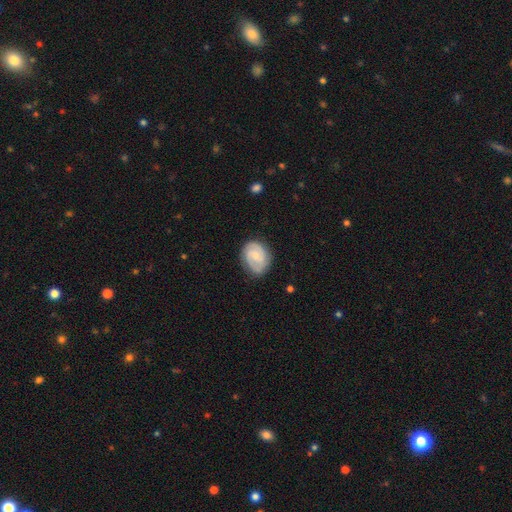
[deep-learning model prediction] Overall: featured or disk (67%). Edge-on disk: no (98%). Bar: weak (47%; no 46%). Spiral arms: yes (93%). Spiral arm count: 2 (77%). Spiral winding: tight (49%; medium 40%). Bulge size: small (53%; moderate 28%). Merging: none (78%).